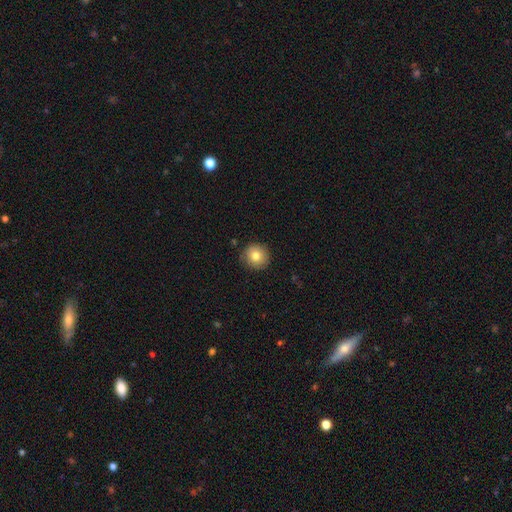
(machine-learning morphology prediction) Q: Smooth or featured?
A: smooth (80%); runner-up: featured or disk (11%)
Q: How rounded?
A: round (93%); runner-up: in between (6%)
Q: Merging?
A: none (87%); runner-up: minor disturbance (9%)